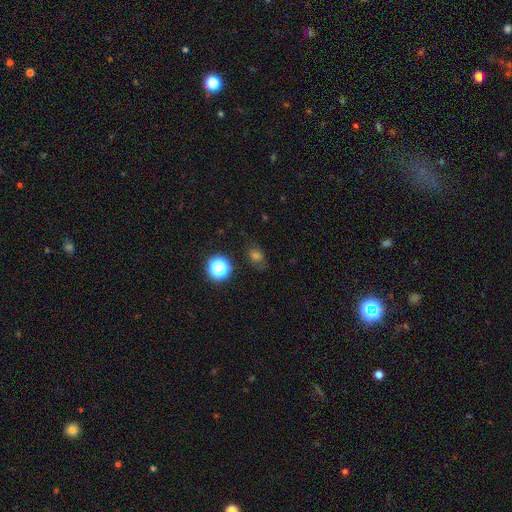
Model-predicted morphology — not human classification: smooth 57%, star or artifact 32%, featured or disk 11%. Down the decision tree: how rounded — round (59%); merging — none (74%).